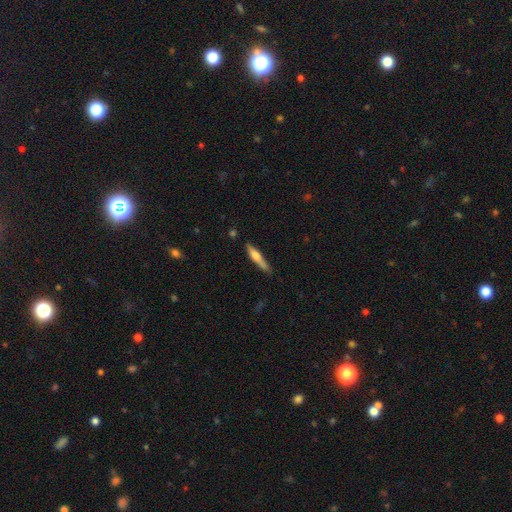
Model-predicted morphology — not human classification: Smooth or featured?
  - smooth: 57% *
  - featured or disk: 37%
  - star or artifact: 6%
How rounded?
  - cigar-shaped: 88% *
  - in between: 10%
  - round: 2%
Merging?
  - none: 71% *
  - minor disturbance: 22%
  - major disturbance: 4%
  - merger: 3%